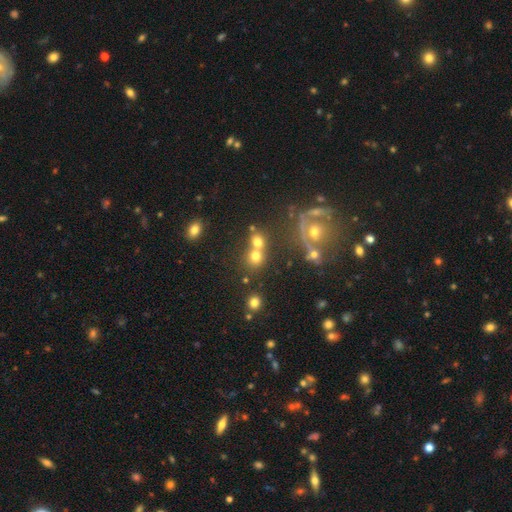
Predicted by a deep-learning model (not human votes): Overall: smooth (67%). How rounded: round (80%). Merging: none (45%; merger 42%).